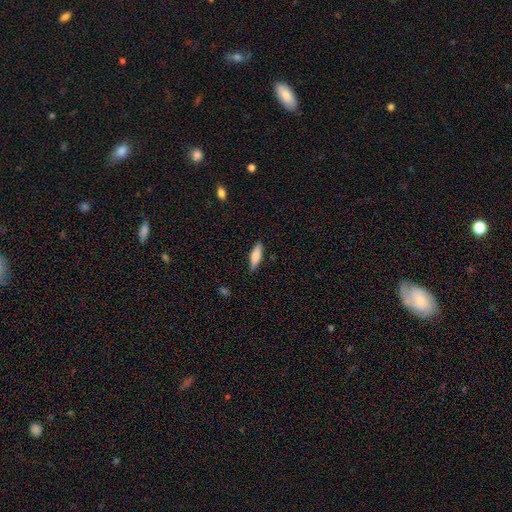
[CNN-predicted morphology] This is likely a smooth galaxy (76%). How rounded: possibly cigar-shaped (57%). Merging: clearly none (84%).